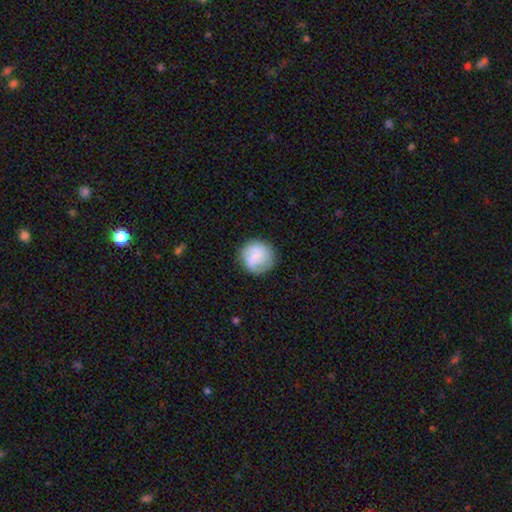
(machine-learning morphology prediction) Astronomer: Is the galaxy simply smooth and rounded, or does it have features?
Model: smooth — 63%.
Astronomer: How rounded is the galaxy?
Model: round — 91%.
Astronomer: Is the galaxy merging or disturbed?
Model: none — 77%.